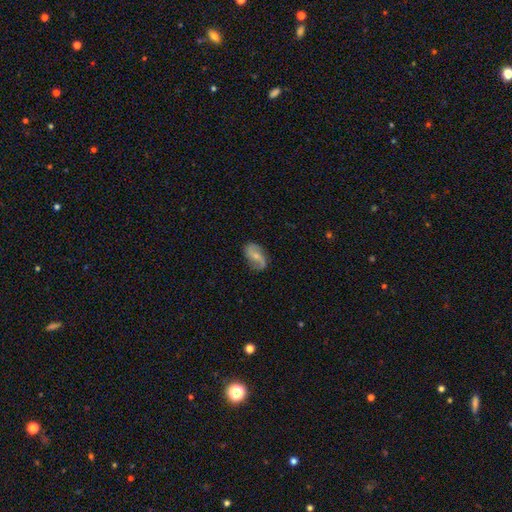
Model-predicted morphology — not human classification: type=featured or disk (64%); edge-on=no (95%); bar=no (49%); spiral arms=yes (89%); winding=loose (68%); arm count=2 (89%); bulge=small (58%); merging=none (76%).